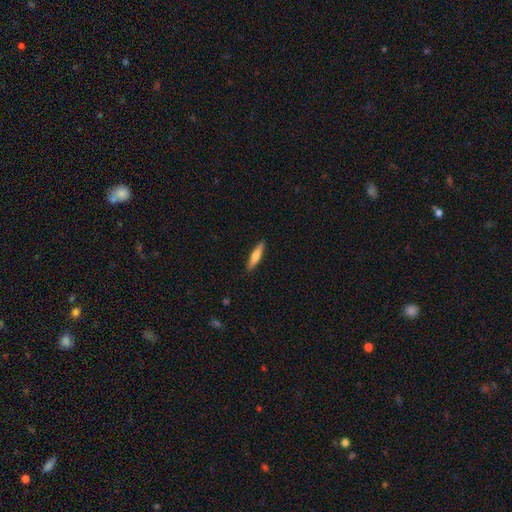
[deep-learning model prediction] Smooth or featured?
  - smooth: 67% *
  - featured or disk: 28%
  - star or artifact: 6%
How rounded?
  - cigar-shaped: 83% *
  - in between: 15%
  - round: 1%
Merging?
  - none: 89% *
  - minor disturbance: 8%
  - major disturbance: 2%
  - merger: 1%